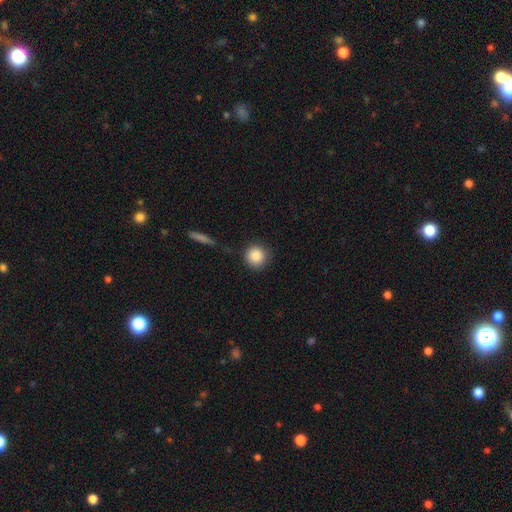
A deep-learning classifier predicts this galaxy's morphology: smooth-or-featured: smooth: 87% | star or artifact: 8% | featured or disk: 4%
  how-rounded: round: 93% | in between: 6% | cigar-shaped: 1%
  merging: none: 82% | minor disturbance: 12% | major disturbance: 3% | merger: 2%